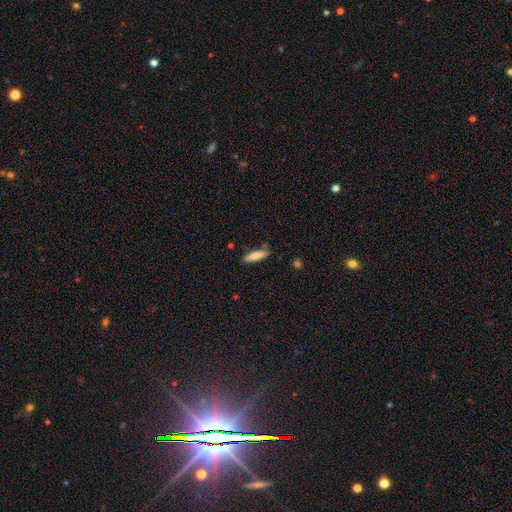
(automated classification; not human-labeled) This appears to be a smooth galaxy with no disk features (77%) that is cigar-shaped (61%). Merging: none (79%).